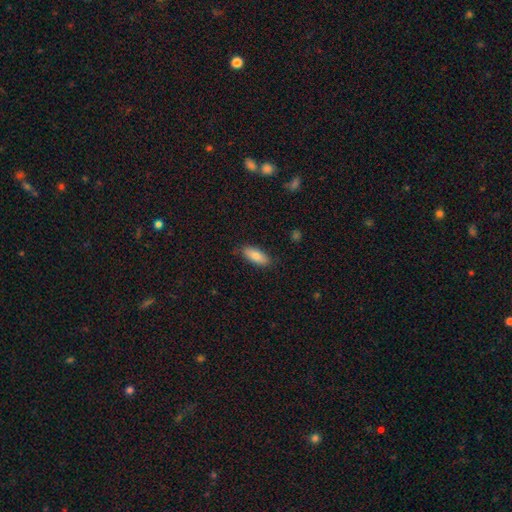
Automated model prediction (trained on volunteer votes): A smooth galaxy with no disk features (80%) that is in between round and cigar-shaped (78%). Merging: none (84%).